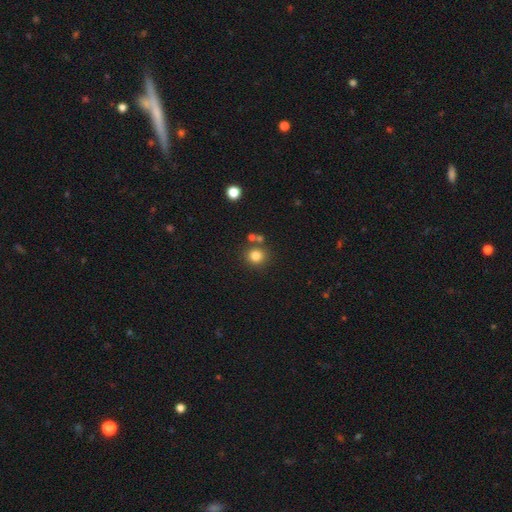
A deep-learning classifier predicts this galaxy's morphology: smooth_or_featured: smooth (p=0.81) [alt: star or artifact p=0.13]
how_rounded: round (p=0.89) [alt: in between p=0.10]
merging: none (p=0.75) [alt: merger p=0.13]